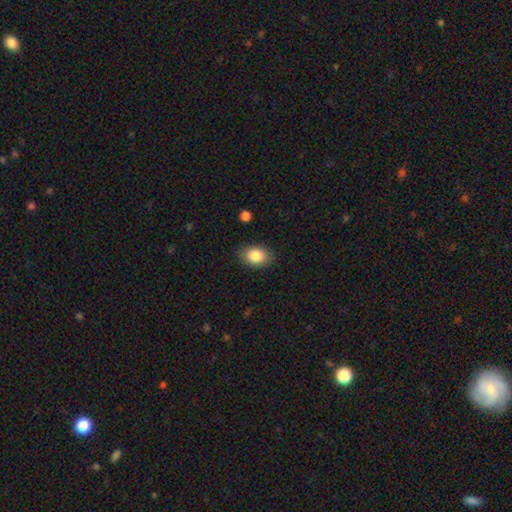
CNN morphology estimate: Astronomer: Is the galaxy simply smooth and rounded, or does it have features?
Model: smooth — 86%.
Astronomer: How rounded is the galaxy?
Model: in between — 78%.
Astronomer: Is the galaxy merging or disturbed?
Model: none — 86%.